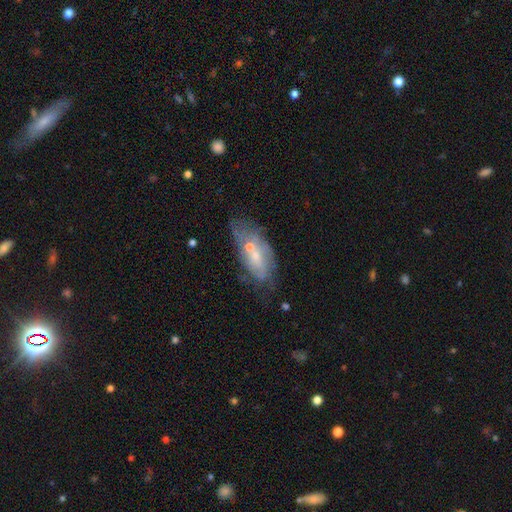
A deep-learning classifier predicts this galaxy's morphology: Q: Smooth or featured?
A: featured or disk (54%); runner-up: smooth (37%)
Q: Edge-on disk?
A: no (87%); runner-up: yes (13%)
Q: Merging?
A: none (44%); runner-up: minor disturbance (25%)